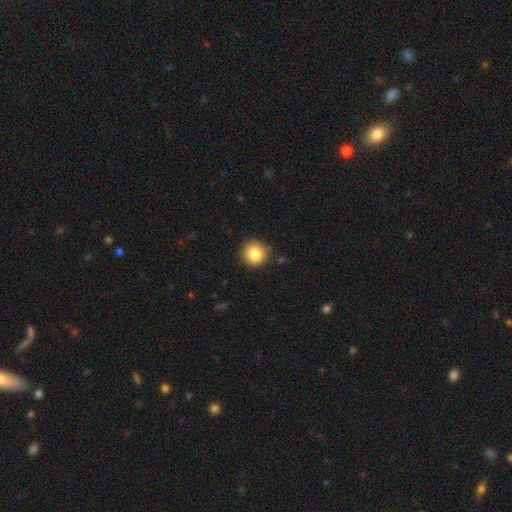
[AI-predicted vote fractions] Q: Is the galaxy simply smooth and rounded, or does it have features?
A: smooth — 85%.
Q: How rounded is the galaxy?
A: round — 83%.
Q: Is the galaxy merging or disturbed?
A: none — 80%.